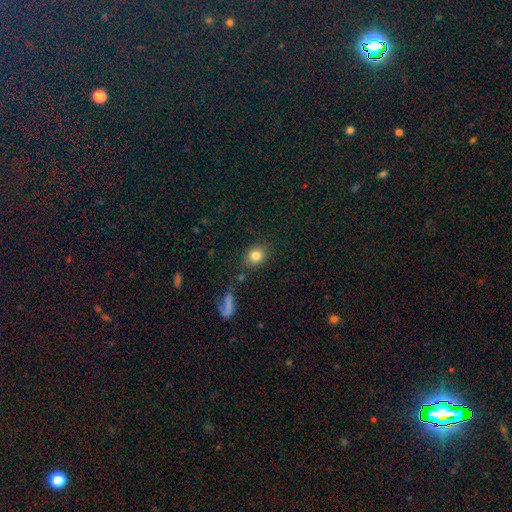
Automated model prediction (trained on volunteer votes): Smooth or featured? Predicted: smooth (p=0.83). How rounded? Predicted: round (p=0.70). Merging? Predicted: none (p=0.80).